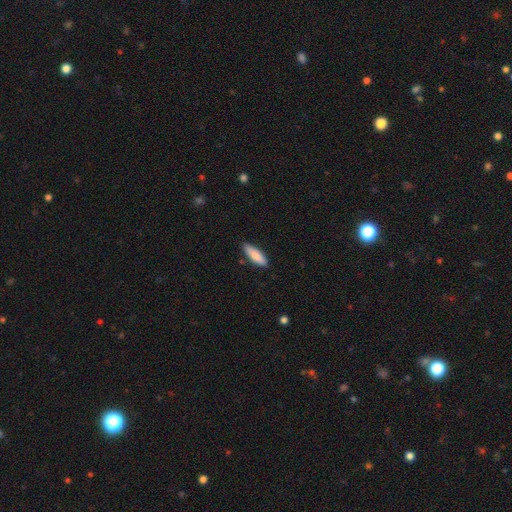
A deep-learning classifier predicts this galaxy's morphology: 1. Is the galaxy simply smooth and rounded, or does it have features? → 85% smooth, 10% featured or disk, 6% star or artifact.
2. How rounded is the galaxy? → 50% in between, 48% cigar-shaped, 2% round.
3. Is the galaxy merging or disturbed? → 82% none, 14% minor disturbance, 2% major disturbance, 2% merger.